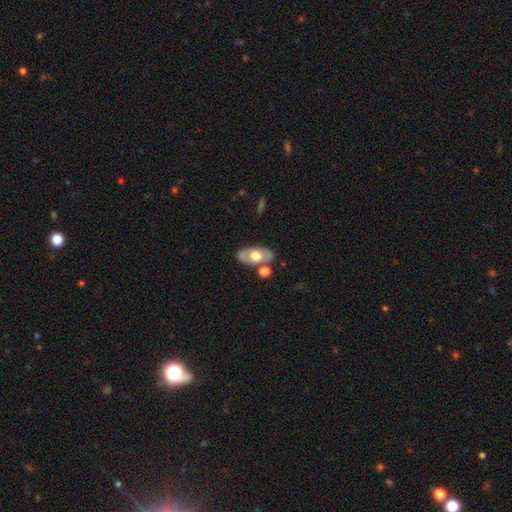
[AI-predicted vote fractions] Q: Smooth or featured?
A: smooth (49%); runner-up: featured or disk (45%)
Q: Merging?
A: none (71%); runner-up: minor disturbance (13%)